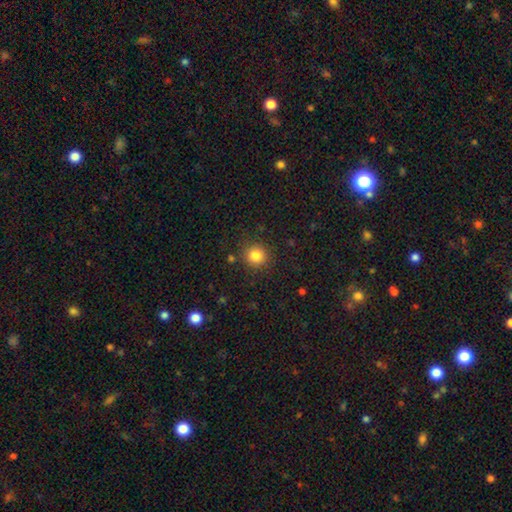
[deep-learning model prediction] Smooth or featured: smooth — 83% (star or artifact — 12%)
How rounded: round — 91% (in between — 8%)
Merging: none — 87% (minor disturbance — 8%)